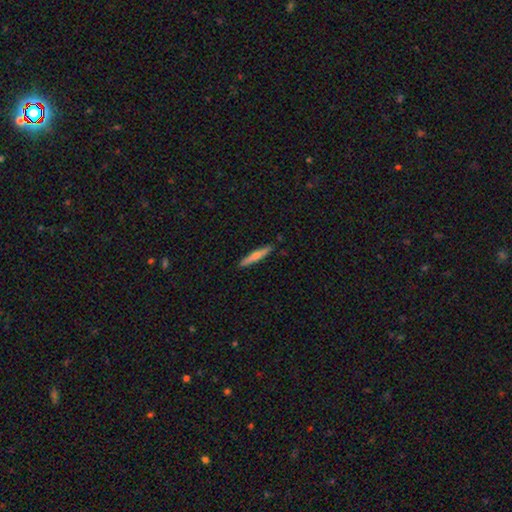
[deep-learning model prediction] Smooth or featured? featured or disk (53%)
Edge-on disk? yes (96%)
Edge-on bulge? rounded (81%)
Merging? none (91%)